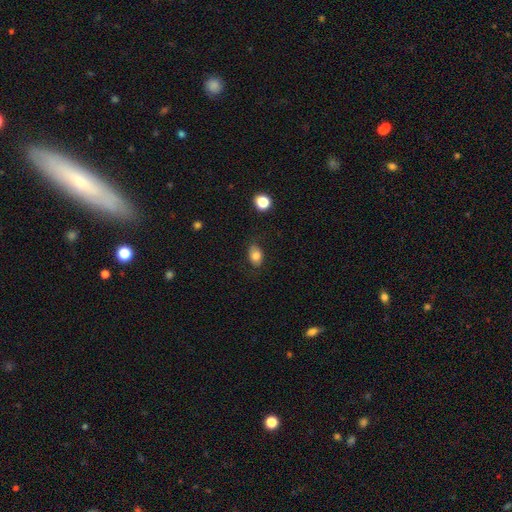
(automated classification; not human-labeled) This is clearly a smooth galaxy (82%). How rounded: likely in between (77%). Merging: likely none (75%).